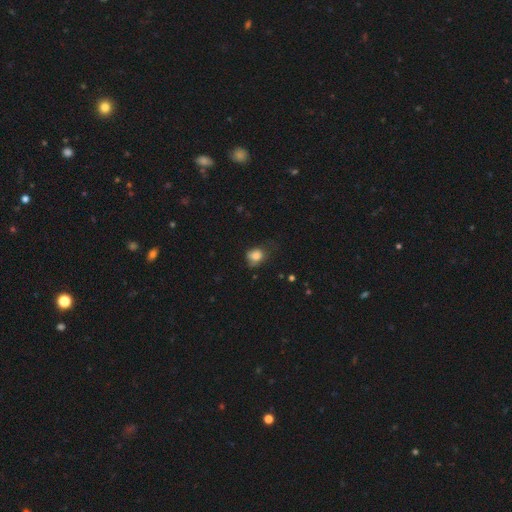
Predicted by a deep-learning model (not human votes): smooth-or-featured: smooth: 80% | star or artifact: 10% | featured or disk: 10%
  how-rounded: round: 50% | in between: 49% | cigar-shaped: 1%
  merging: none: 44% | minor disturbance: 36% | major disturbance: 18% | merger: 2%